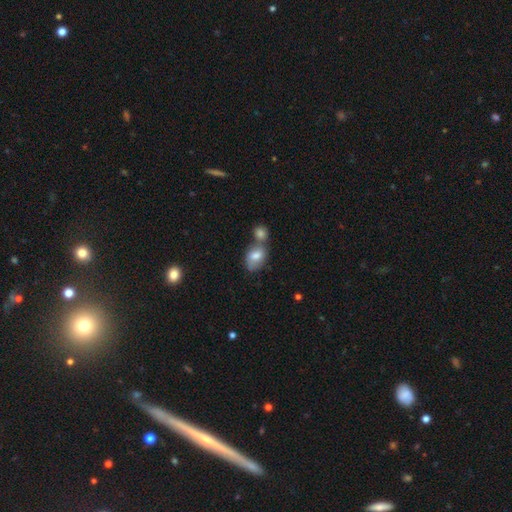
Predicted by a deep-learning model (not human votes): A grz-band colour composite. It shows a smooth galaxy with no disk features (74%) that is in between round and cigar-shaped (73%). Merging: merger (46%).